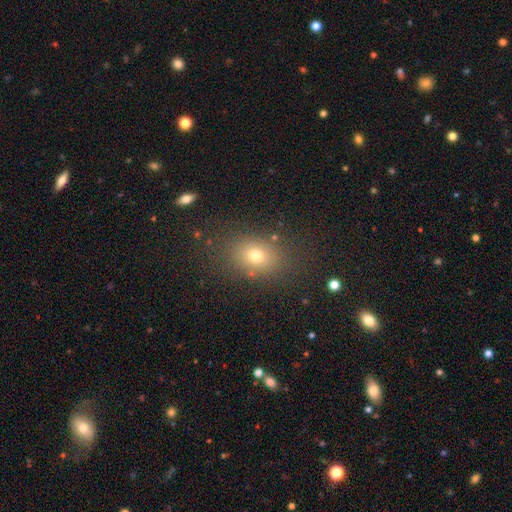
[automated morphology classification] smooth_or_featured: smooth (p=0.72) [alt: star or artifact p=0.16]
how_rounded: in between (p=0.61) [alt: round p=0.38]
merging: none (p=0.81) [alt: minor disturbance p=0.11]